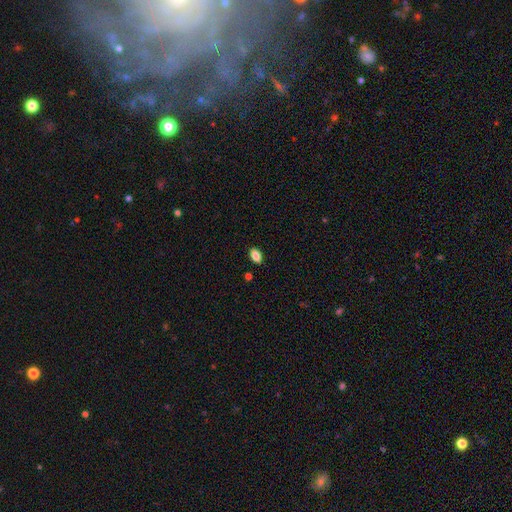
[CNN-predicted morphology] Smooth or featured: smooth — 86% (star or artifact — 9%)
How rounded: in between — 90% (round — 7%)
Merging: none — 88% (minor disturbance — 8%)